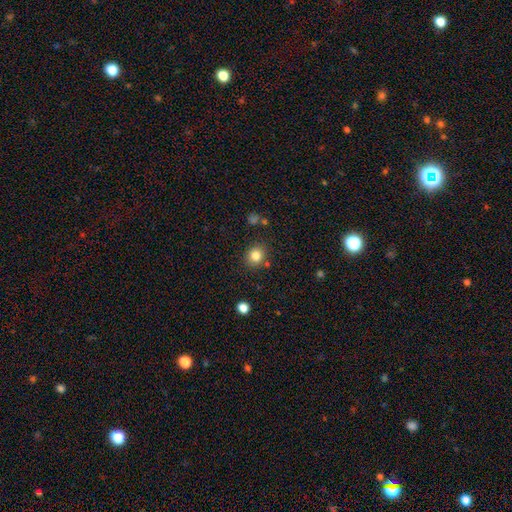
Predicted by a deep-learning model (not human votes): Morphology: type=smooth (83%); roundness=round (80%); merging=none (84%).